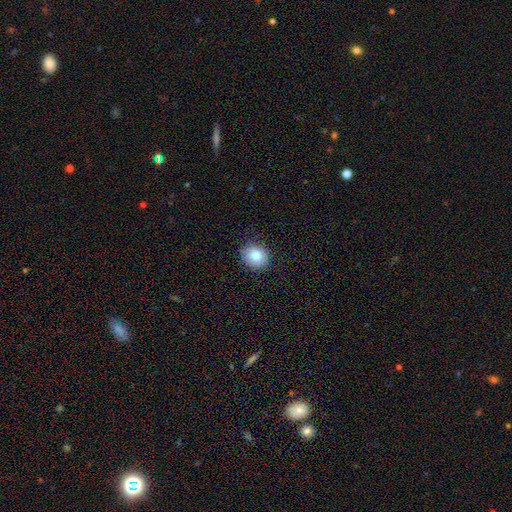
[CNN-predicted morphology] Smooth or featured? Predicted: smooth (p=0.84). How rounded? Predicted: round (p=0.62). Merging? Predicted: none (p=0.81).